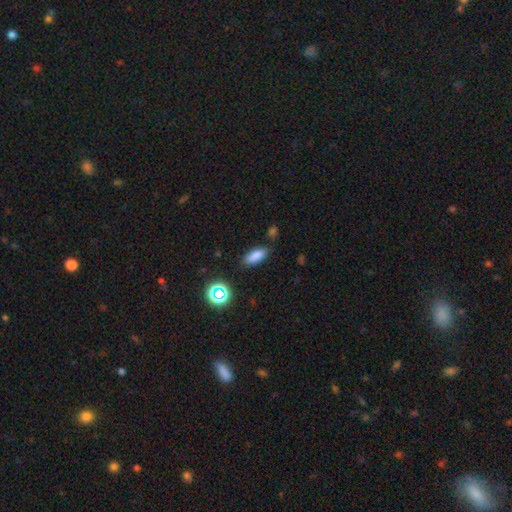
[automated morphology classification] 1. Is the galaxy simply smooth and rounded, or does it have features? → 81% smooth, 13% star or artifact, 6% featured or disk.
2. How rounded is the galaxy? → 77% in between, 19% cigar-shaped, 4% round.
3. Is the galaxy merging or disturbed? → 79% none, 14% minor disturbance, 3% merger, 3% major disturbance.